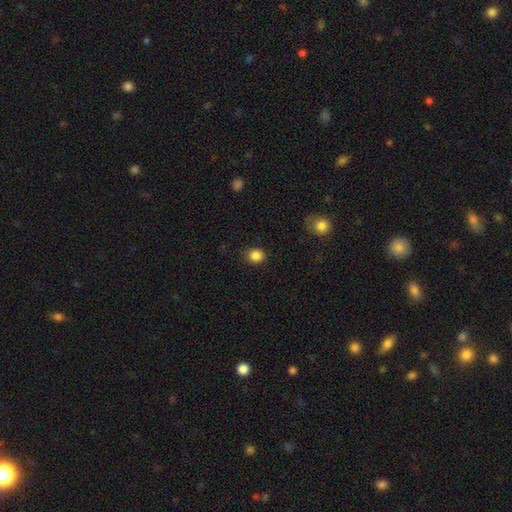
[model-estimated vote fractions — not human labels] Smooth or featured?
  - smooth: 86% *
  - star or artifact: 10%
  - featured or disk: 4%
How rounded?
  - round: 70% *
  - in between: 30%
  - cigar-shaped: 1%
Merging?
  - none: 88% *
  - minor disturbance: 8%
  - major disturbance: 2%
  - merger: 1%